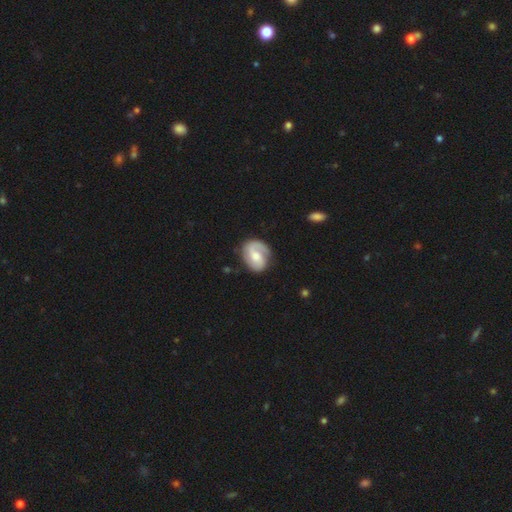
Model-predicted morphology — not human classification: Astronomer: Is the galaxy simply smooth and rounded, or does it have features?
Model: featured or disk — 74%.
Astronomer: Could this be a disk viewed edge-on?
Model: no — 98%.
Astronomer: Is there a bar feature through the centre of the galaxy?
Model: weak — 45% (runner-up: no, 42%).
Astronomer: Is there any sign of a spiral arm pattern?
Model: yes — 94%.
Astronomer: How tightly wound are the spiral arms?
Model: medium — 44% (runner-up: tight, 34%).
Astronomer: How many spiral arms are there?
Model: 2 — 76%.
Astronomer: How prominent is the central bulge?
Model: moderate — 55%.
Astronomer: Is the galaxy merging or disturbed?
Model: none — 74%.